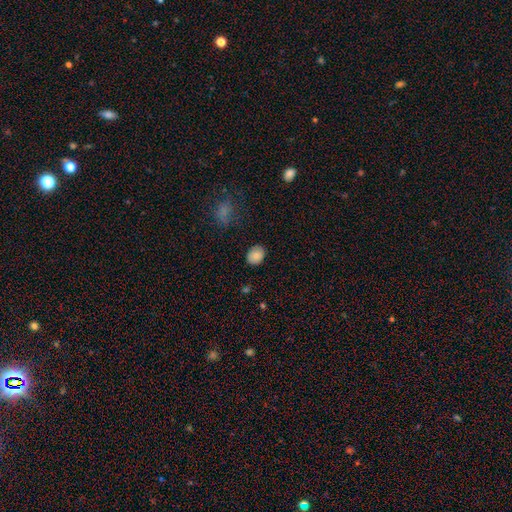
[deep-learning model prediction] Smooth or featured: smooth — 85% (star or artifact — 8%)
How rounded: in between — 55% (round — 44%)
Merging: none — 85% (minor disturbance — 11%)